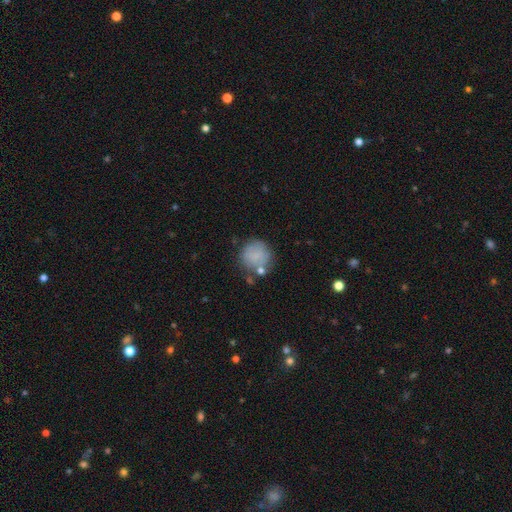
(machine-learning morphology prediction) Smooth or featured: smooth — 77% (featured or disk — 14%)
How rounded: round — 91% (in between — 8%)
Merging: none — 66% (minor disturbance — 18%)